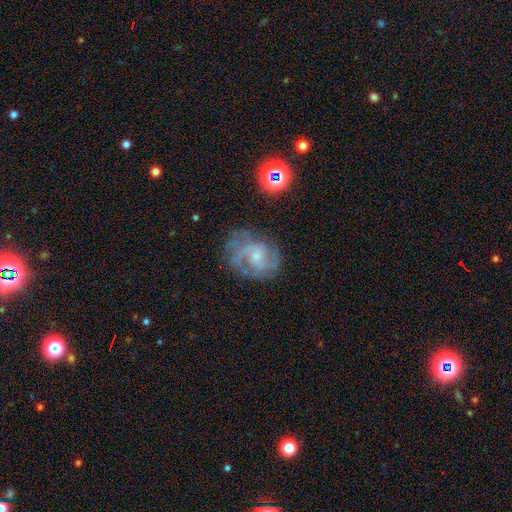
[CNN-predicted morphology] Smooth or featured? Predicted: featured or disk (p=0.81). Edge-on disk? Predicted: no (p=0.98). Bar? Predicted: no (p=0.59). Spiral arms? Predicted: yes (p=0.94). Spiral winding? Predicted: medium (p=0.48). Spiral arm count? Predicted: 2 (p=0.55). Bulge size? Predicted: small (p=0.62). Merging? Predicted: none (p=0.64).